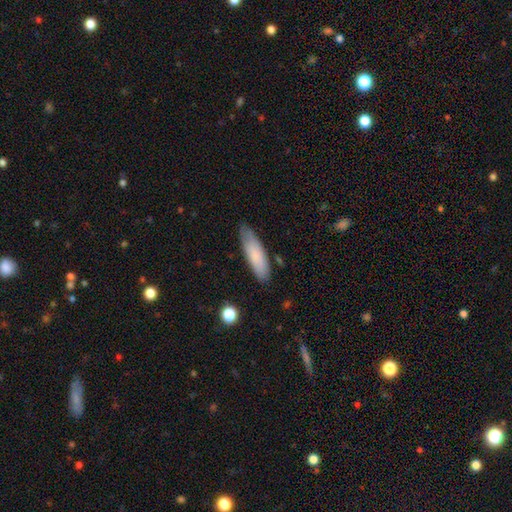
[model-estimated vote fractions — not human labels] smooth-or-featured: smooth: 80% | featured or disk: 14% | star or artifact: 6%
  how-rounded: cigar-shaped: 56% | in between: 42% | round: 1%
  merging: none: 78% | minor disturbance: 17% | major disturbance: 3% | merger: 2%